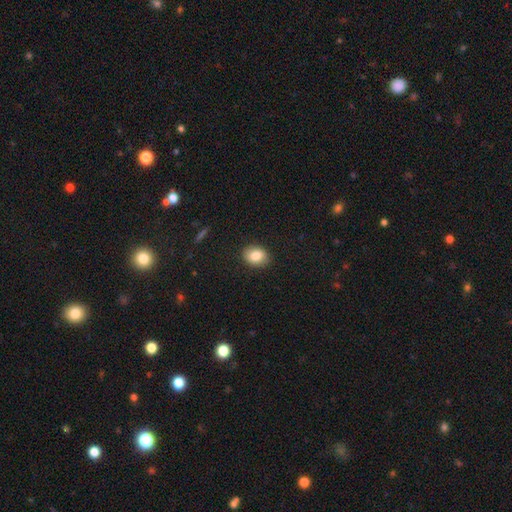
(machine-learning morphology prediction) smooth 84%, star or artifact 8%, featured or disk 8%. Down the decision tree: how rounded — in between (58%); merging — none (88%).